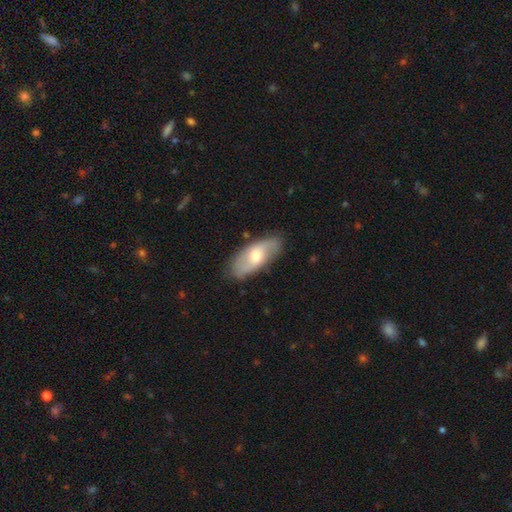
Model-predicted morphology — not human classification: This is possibly a featured or disk galaxy (53%). It is clearly not viewed edge-on (87%). Merging: clearly none (82%).